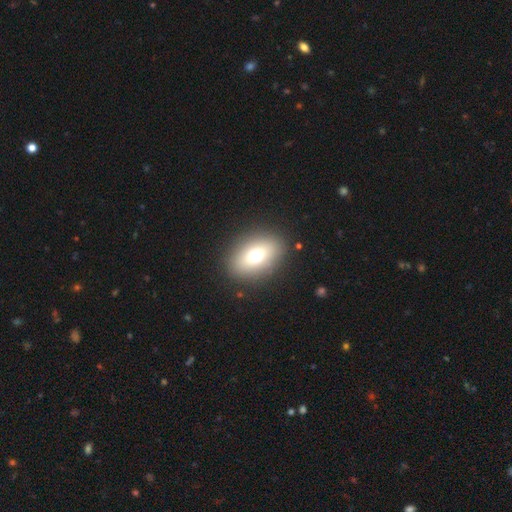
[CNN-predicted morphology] smooth_or_featured: smooth (p=0.68) [alt: featured or disk p=0.19]
how_rounded: in between (p=0.72) [alt: round p=0.26]
merging: none (p=0.88) [alt: minor disturbance p=0.07]